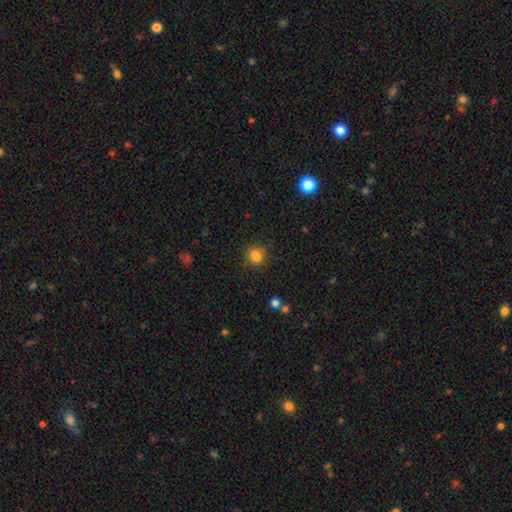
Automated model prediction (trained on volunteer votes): smooth_or_featured: smooth (p=0.83) [alt: star or artifact p=0.12]
how_rounded: round (p=0.75) [alt: in between p=0.24]
merging: none (p=0.80) [alt: minor disturbance p=0.13]